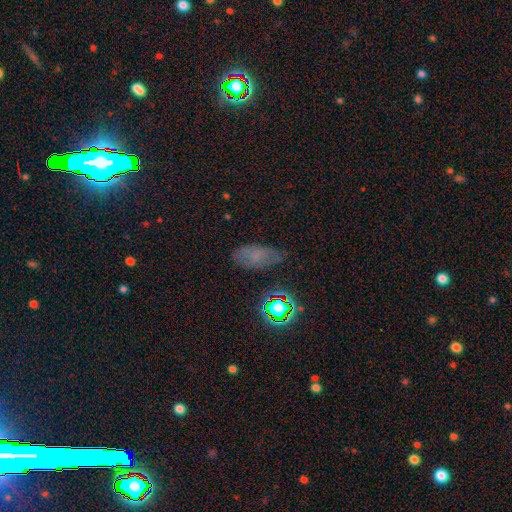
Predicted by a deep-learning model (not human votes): smooth_or_featured: smooth (p=0.51) [alt: star or artifact p=0.28]
how_rounded: in between (p=0.85) [alt: round p=0.08]
merging: none (p=0.62) [alt: minor disturbance p=0.26]